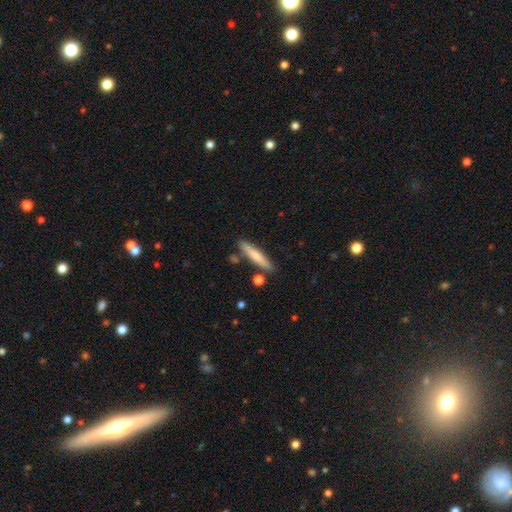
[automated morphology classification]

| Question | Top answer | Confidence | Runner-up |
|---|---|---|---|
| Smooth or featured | smooth | 71% | featured or disk (24%) |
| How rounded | cigar-shaped | 90% | in between (8%) |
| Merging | none | 82% | minor disturbance (11%) |